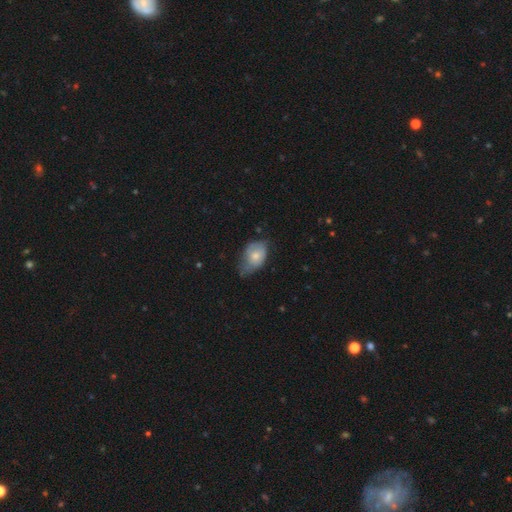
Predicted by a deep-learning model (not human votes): Morphology: type=smooth (67%); roundness=in between (84%); merging=minor disturbance (47%).